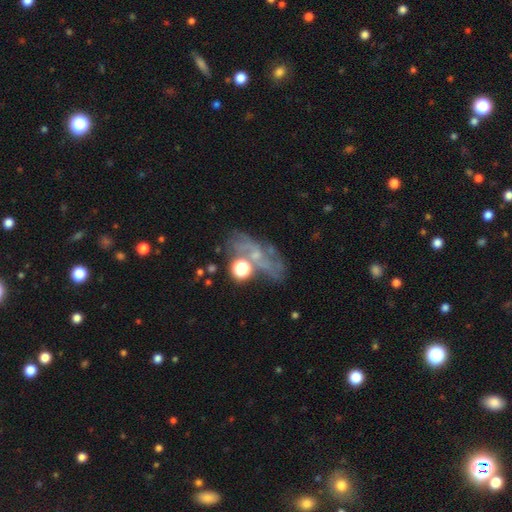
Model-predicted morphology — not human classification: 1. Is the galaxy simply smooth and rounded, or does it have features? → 45% featured or disk, 28% smooth, 27% star or artifact.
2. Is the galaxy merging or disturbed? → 49% none, 19% major disturbance, 18% minor disturbance, 14% merger.